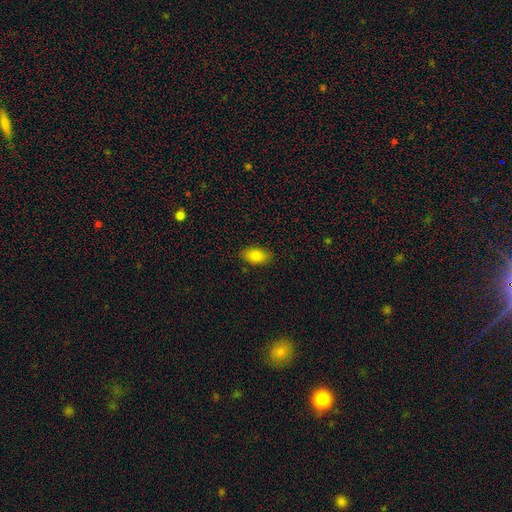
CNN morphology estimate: type=smooth (81%); roundness=in between (91%); merging=none (85%).